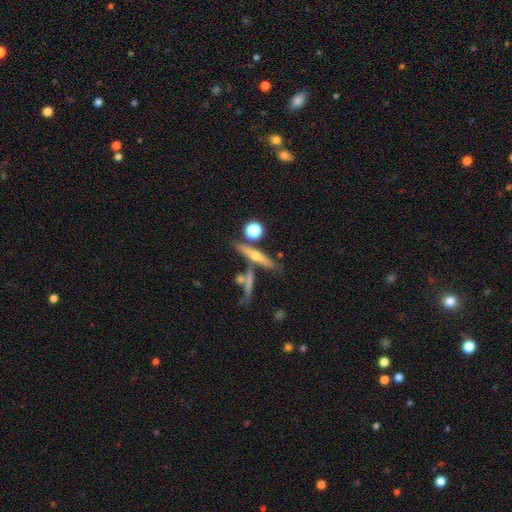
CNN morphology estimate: Smooth or featured? Predicted: featured or disk (p=0.62). Edge-on disk? Predicted: yes (p=0.92). Edge-on bulge? Predicted: rounded (p=0.80). Merging? Predicted: none (p=0.71).